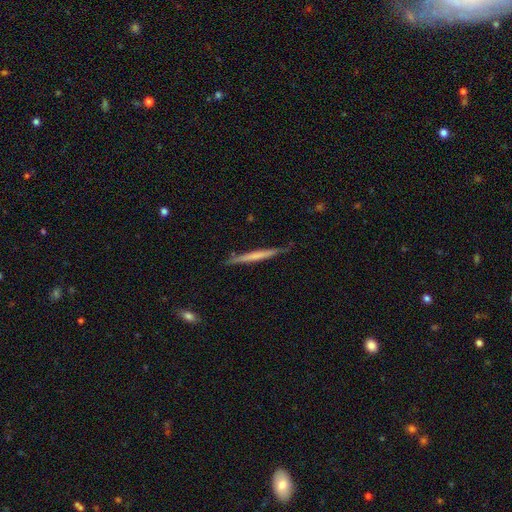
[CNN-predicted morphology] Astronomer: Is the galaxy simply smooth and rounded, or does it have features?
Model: smooth — 48% (runner-up: featured or disk, 47%).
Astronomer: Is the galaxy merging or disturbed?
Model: none — 81%.